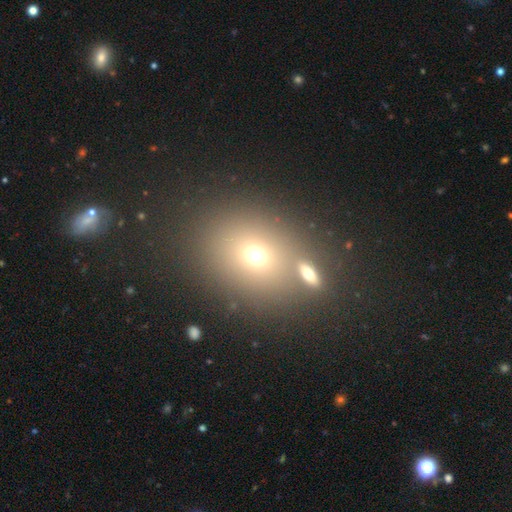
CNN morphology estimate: A smooth galaxy with no disk features (65%) that is round (53%). Merging: none (67%).